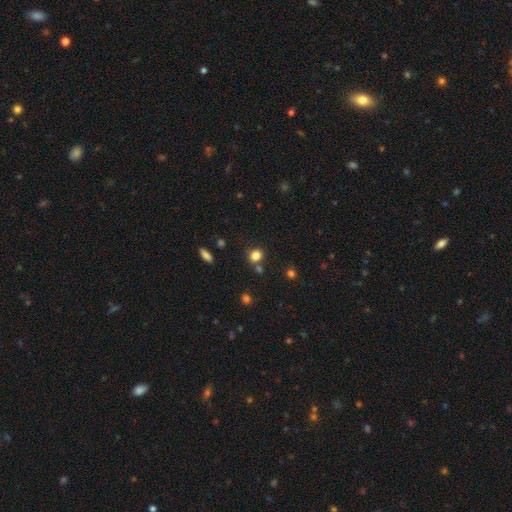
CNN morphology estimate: This appears to be a smooth galaxy with no disk features (82%) that is round (71%). Merging: none (73%).